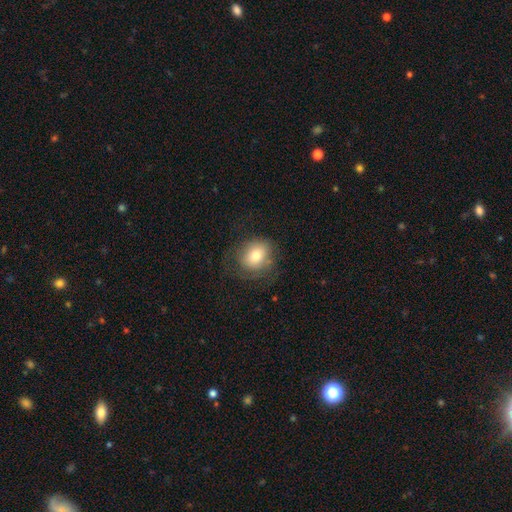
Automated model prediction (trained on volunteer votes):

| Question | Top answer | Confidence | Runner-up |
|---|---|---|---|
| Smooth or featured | smooth | 73% | featured or disk (17%) |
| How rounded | round | 64% | in between (35%) |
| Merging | none | 65% | minor disturbance (20%) |